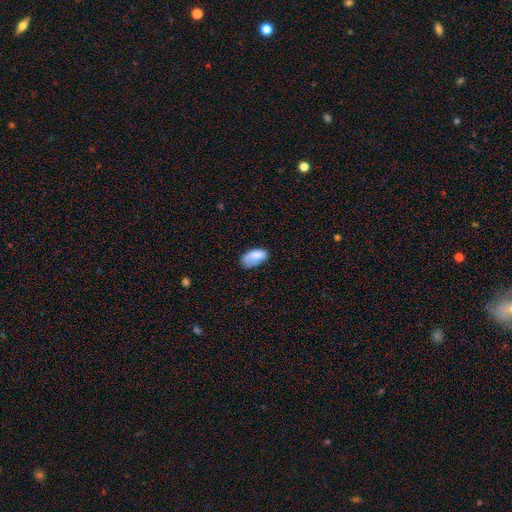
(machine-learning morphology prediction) Smooth or featured: smooth — 77% (featured or disk — 15%)
How rounded: in between — 94% (round — 4%)
Merging: none — 48% (minor disturbance — 32%)